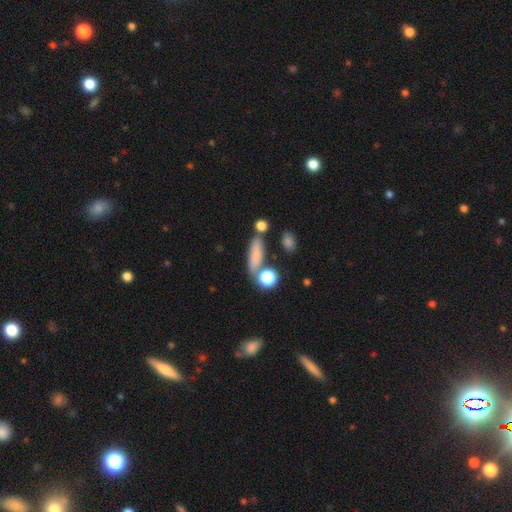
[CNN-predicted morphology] Smooth or featured?
  - smooth: 76% *
  - featured or disk: 12%
  - star or artifact: 12%
How rounded?
  - cigar-shaped: 49% *
  - in between: 40%
  - round: 11%
Merging?
  - none: 65% *
  - minor disturbance: 15%
  - merger: 13%
  - major disturbance: 6%